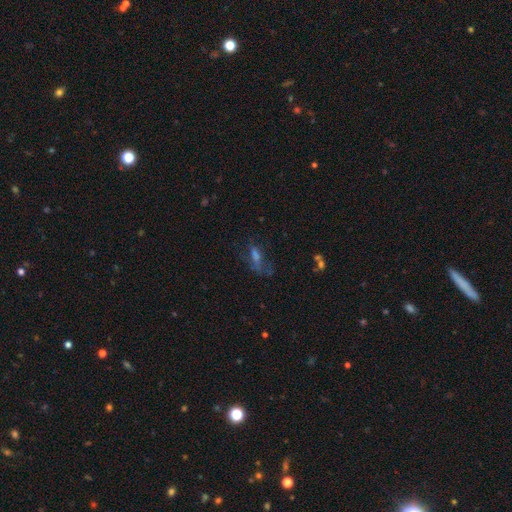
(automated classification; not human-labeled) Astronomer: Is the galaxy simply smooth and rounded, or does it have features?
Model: featured or disk — 38% (runner-up: smooth, 36%).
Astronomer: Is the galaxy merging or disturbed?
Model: none — 47% (runner-up: major disturbance, 28%).